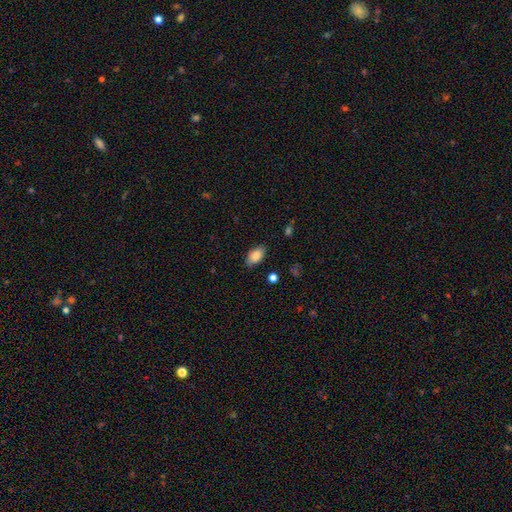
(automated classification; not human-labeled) smooth-or-featured: smooth: 87% | star or artifact: 7% | featured or disk: 5%
  how-rounded: in between: 93% | round: 5% | cigar-shaped: 2%
  merging: none: 82% | minor disturbance: 14% | major disturbance: 3% | merger: 1%